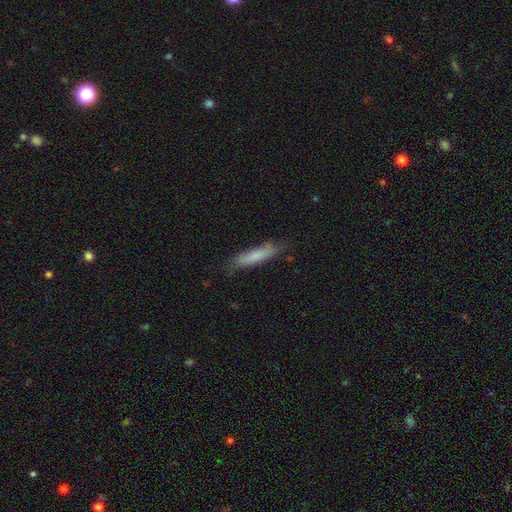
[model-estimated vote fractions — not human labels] Smooth or featured?
  - smooth: 76% *
  - featured or disk: 18%
  - star or artifact: 6%
How rounded?
  - cigar-shaped: 85% *
  - in between: 14%
  - round: 1%
Merging?
  - none: 74% *
  - minor disturbance: 20%
  - major disturbance: 4%
  - merger: 2%